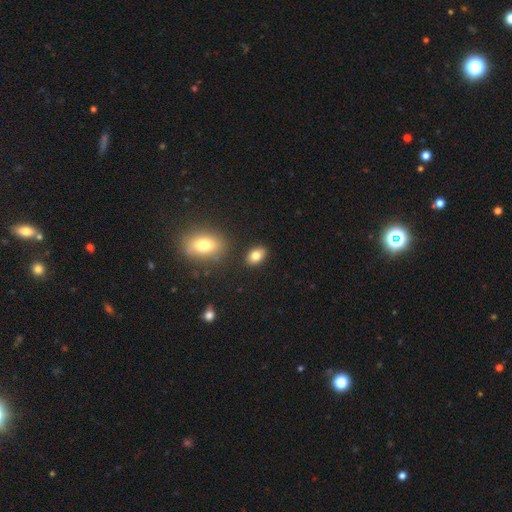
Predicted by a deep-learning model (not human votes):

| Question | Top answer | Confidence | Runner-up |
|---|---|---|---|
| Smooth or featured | smooth | 81% | featured or disk (10%) |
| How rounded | in between | 87% | round (11%) |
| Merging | none | 85% | minor disturbance (9%) |